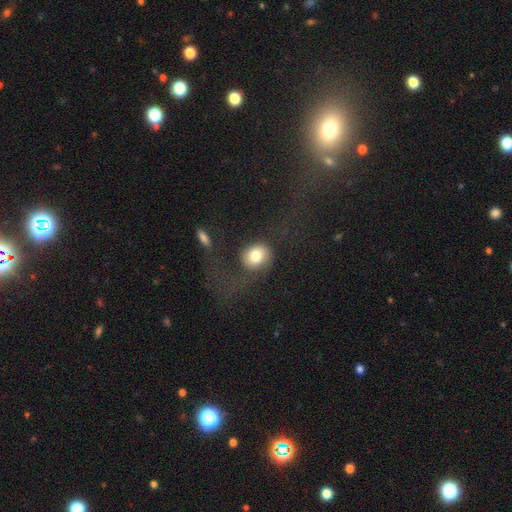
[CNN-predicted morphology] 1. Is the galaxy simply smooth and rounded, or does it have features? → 75% smooth, 17% featured or disk, 8% star or artifact.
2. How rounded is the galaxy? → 61% round, 38% in between, 1% cigar-shaped.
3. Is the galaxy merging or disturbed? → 42% major disturbance, 38% none, 15% minor disturbance, 4% merger.